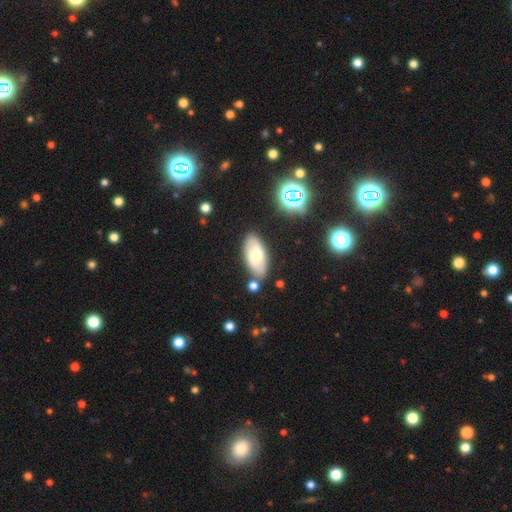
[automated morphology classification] This is possibly a smooth galaxy (55%). How rounded: clearly in between (91%). Merging: clearly none (81%).